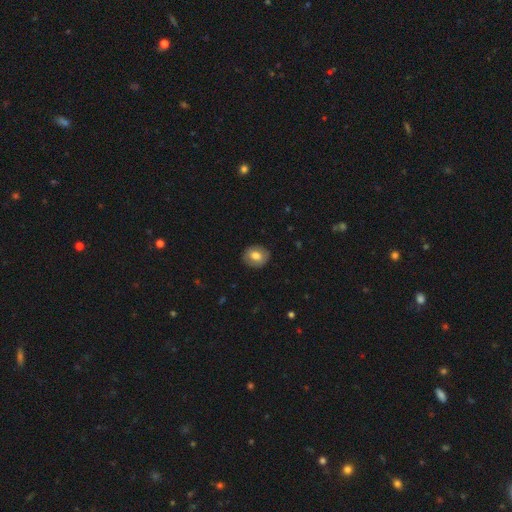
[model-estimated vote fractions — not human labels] smooth-or-featured: smooth: 72% | featured or disk: 20% | star or artifact: 8%
  how-rounded: round: 63% | in between: 36% | cigar-shaped: 1%
  merging: none: 87% | minor disturbance: 10% | major disturbance: 3% | merger: 1%